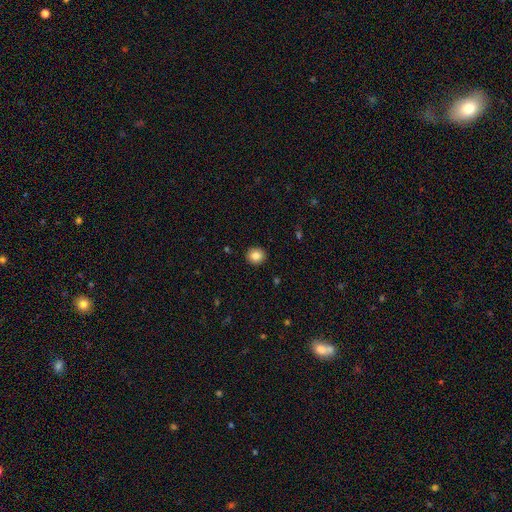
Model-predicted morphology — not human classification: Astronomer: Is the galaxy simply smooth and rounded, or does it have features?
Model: smooth — 84%.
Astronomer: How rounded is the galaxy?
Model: round — 86%.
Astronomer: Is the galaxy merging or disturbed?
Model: none — 92%.